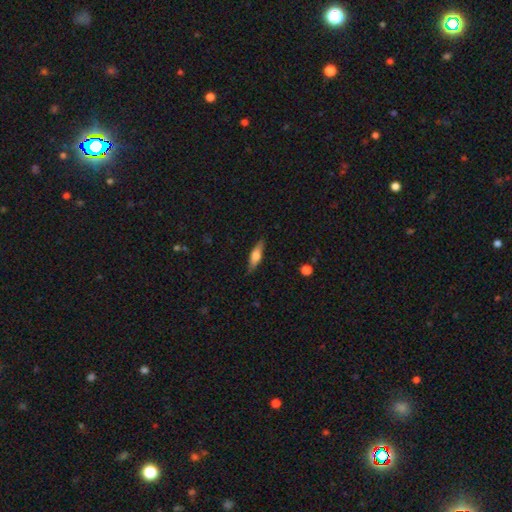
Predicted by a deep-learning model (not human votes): This is possibly a smooth galaxy (56%). How rounded: possibly cigar-shaped (57%). Merging: clearly none (85%).